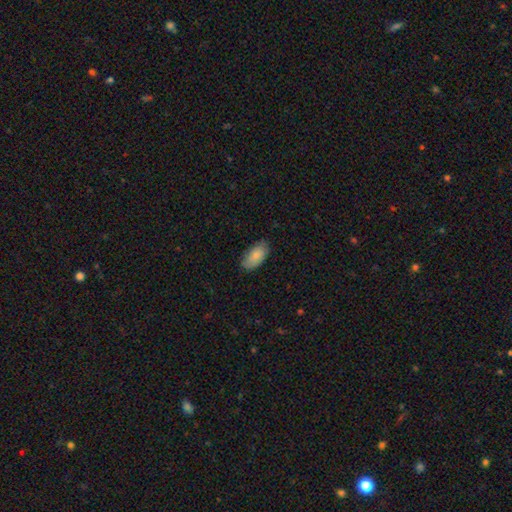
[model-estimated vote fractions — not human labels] Q: Smooth or featured?
A: smooth (83%); runner-up: featured or disk (11%)
Q: How rounded?
A: in between (94%); runner-up: cigar-shaped (3%)
Q: Merging?
A: none (75%); runner-up: minor disturbance (20%)